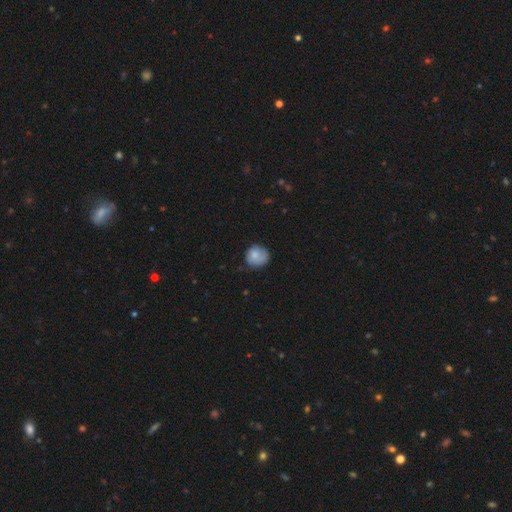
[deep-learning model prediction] Smooth or featured? Predicted: smooth (p=0.76). How rounded? Predicted: round (p=0.84). Merging? Predicted: none (p=0.65).